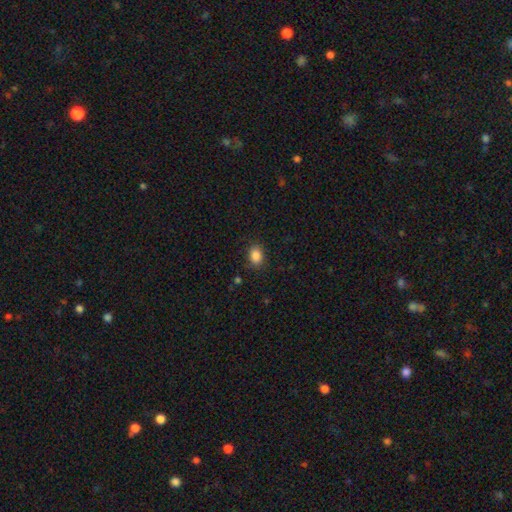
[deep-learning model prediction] Smooth or featured? smooth (86%)
How rounded? in between (72%)
Merging? none (85%)